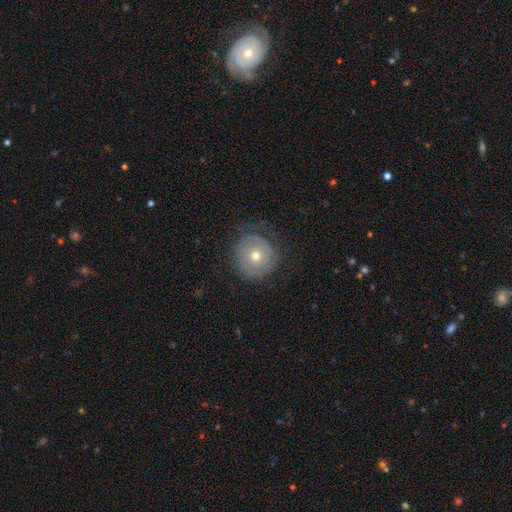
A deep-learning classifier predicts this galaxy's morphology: Overall: smooth (52%; featured or disk 38%). How rounded: round (92%). Merging: none (65%).